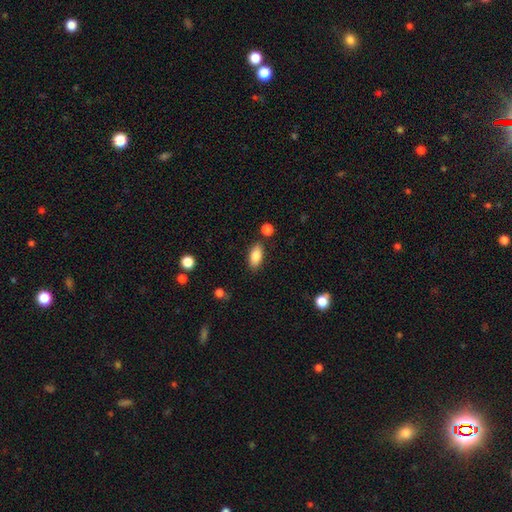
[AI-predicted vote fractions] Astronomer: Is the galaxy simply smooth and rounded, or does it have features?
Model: smooth — 85%.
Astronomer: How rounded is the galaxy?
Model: in between — 89%.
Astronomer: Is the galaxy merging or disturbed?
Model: none — 83%.